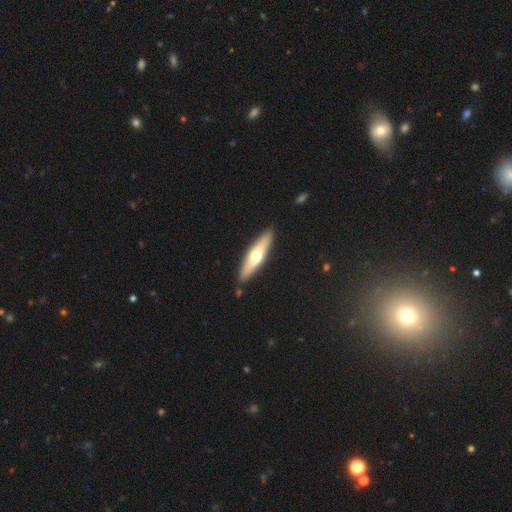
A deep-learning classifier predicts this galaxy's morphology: This appears to be a smooth galaxy with no disk features (51%) that is cigar-shaped (75%). Merging: none (89%).